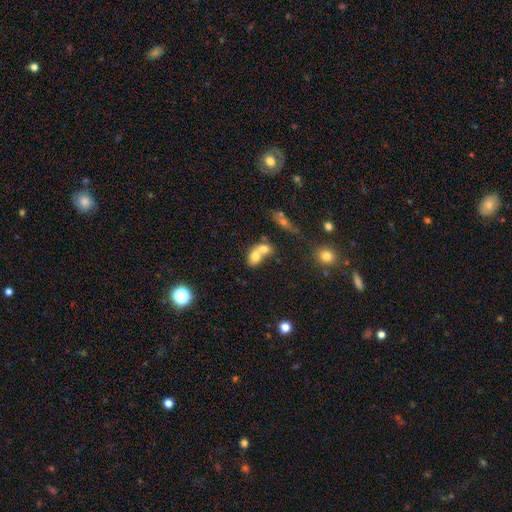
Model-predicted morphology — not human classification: Smooth or featured? smooth (72%)
How rounded? in between (60%)
Merging? merger (70%)